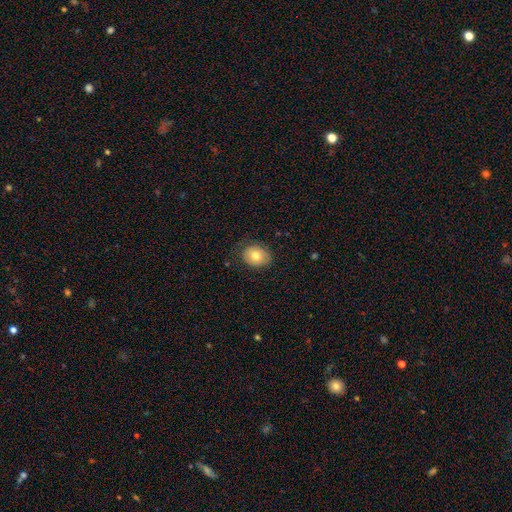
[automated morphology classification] A smooth galaxy with no disk features (73%) that is in between round and cigar-shaped (59%). Merging: none (76%).